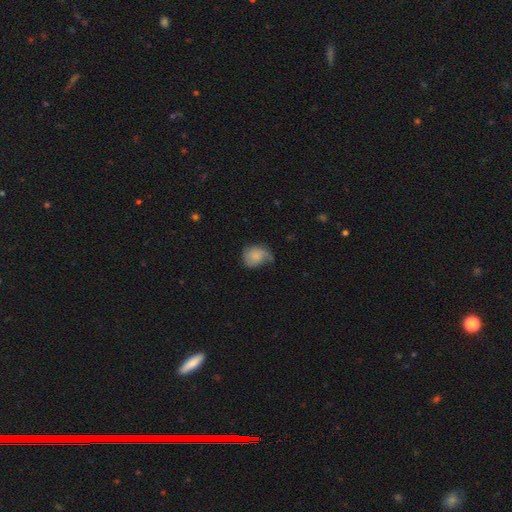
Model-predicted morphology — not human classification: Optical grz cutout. It shows a smooth galaxy with no disk features (65%) that is round (52%). Merging: none (37%, tied with minor disturbance).